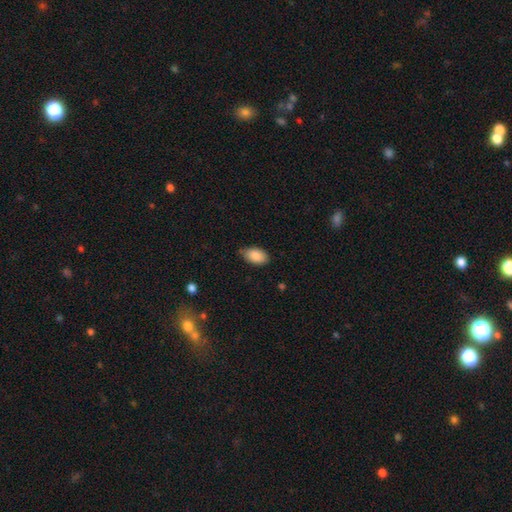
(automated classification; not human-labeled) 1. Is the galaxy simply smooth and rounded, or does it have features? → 88% smooth, 7% star or artifact, 6% featured or disk.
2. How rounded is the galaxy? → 94% in between, 5% round, 2% cigar-shaped.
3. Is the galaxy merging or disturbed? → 76% none, 20% minor disturbance, 3% major disturbance, 1% merger.